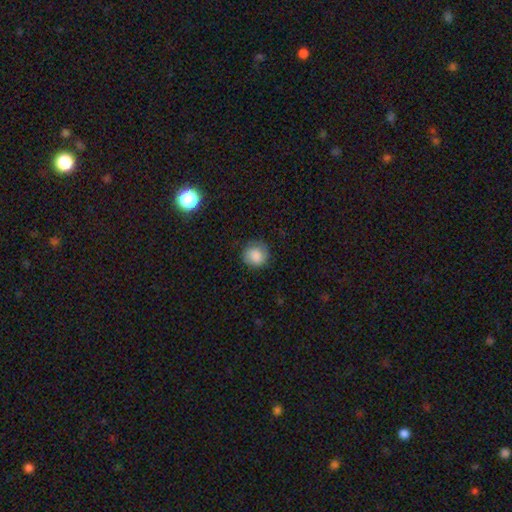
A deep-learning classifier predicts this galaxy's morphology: Smooth or featured? Predicted: smooth (p=0.83). How rounded? Predicted: round (p=0.88). Merging? Predicted: none (p=0.79).